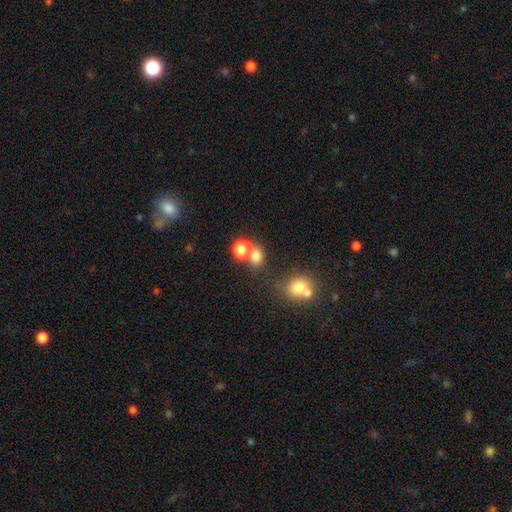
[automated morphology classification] This is likely a smooth galaxy (76%). How rounded: possibly round (52%). Merging: possibly none (51%).